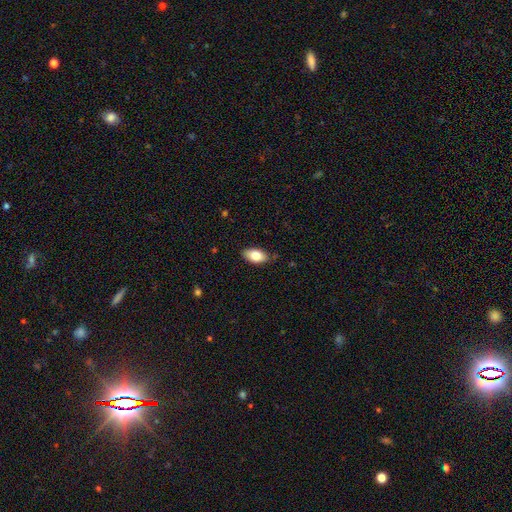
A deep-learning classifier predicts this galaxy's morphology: Smooth or featured?
  - smooth: 81% *
  - featured or disk: 12%
  - star or artifact: 7%
How rounded?
  - in between: 93% *
  - round: 4%
  - cigar-shaped: 3%
Merging?
  - none: 84% *
  - minor disturbance: 13%
  - major disturbance: 2%
  - merger: 1%